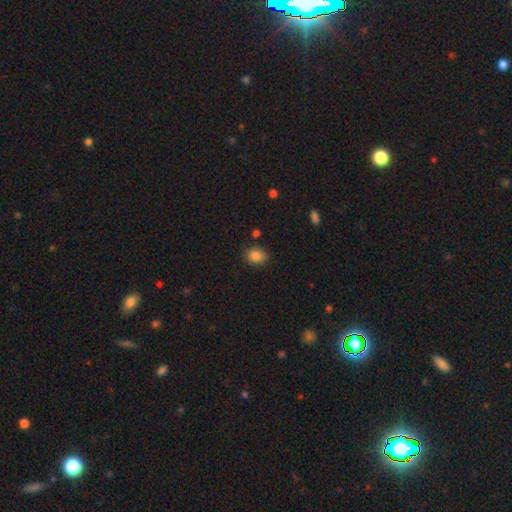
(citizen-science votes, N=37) smooth 97%, star or artifact 3%, featured or disk 0%. Down the decision tree: how rounded — round (61%); merging — none (89%).